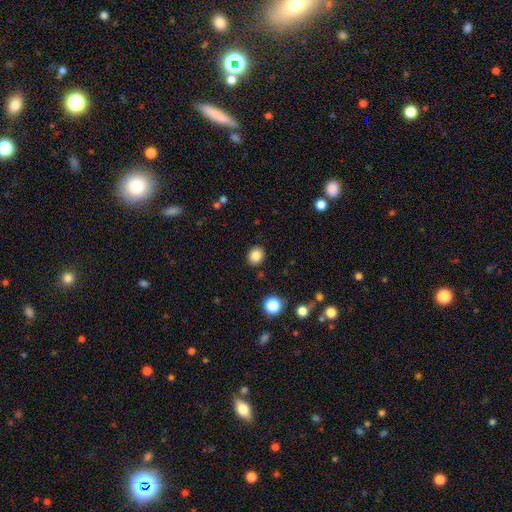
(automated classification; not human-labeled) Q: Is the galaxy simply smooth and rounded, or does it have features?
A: smooth — 84%.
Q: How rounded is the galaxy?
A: round — 72%.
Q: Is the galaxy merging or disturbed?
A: none — 89%.